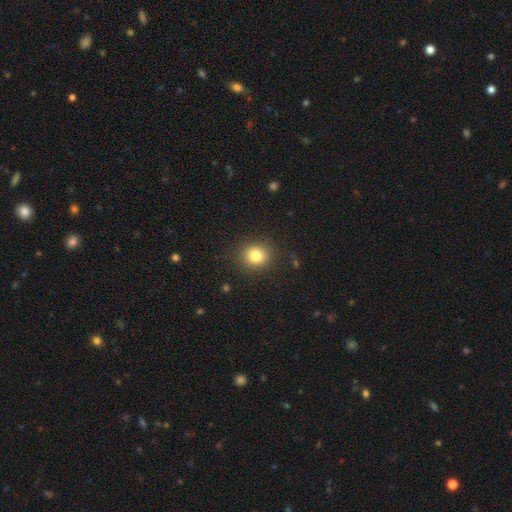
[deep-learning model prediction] Q: Smooth or featured?
A: smooth (81%); runner-up: star or artifact (12%)
Q: How rounded?
A: round (83%); runner-up: in between (16%)
Q: Merging?
A: none (89%); runner-up: minor disturbance (8%)